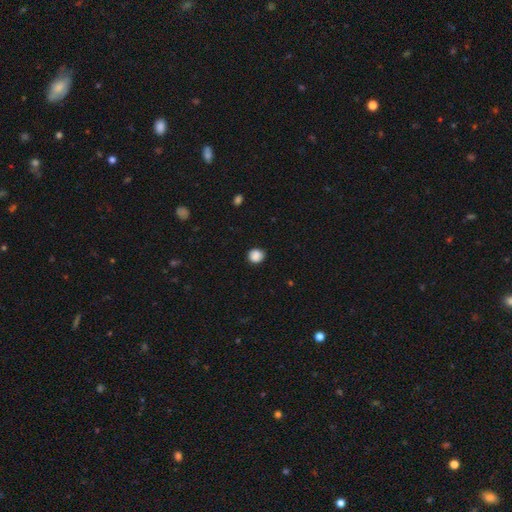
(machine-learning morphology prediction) Overall: smooth (87%). How rounded: round (84%). Merging: none (85%).